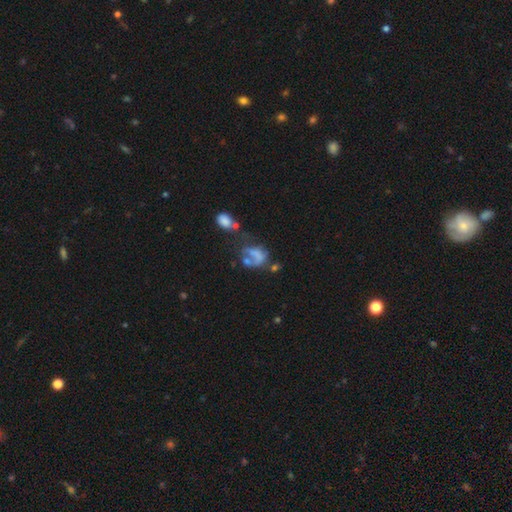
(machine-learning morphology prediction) Q: Smooth or featured?
A: featured or disk (43%); runner-up: smooth (42%)
Q: Merging?
A: major disturbance (39%); runner-up: merger (26%)